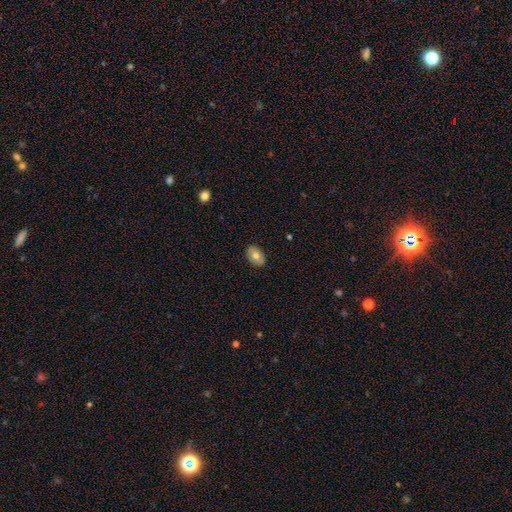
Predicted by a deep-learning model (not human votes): Morphology: type=smooth (75%); roundness=in between (81%); merging=none (87%).